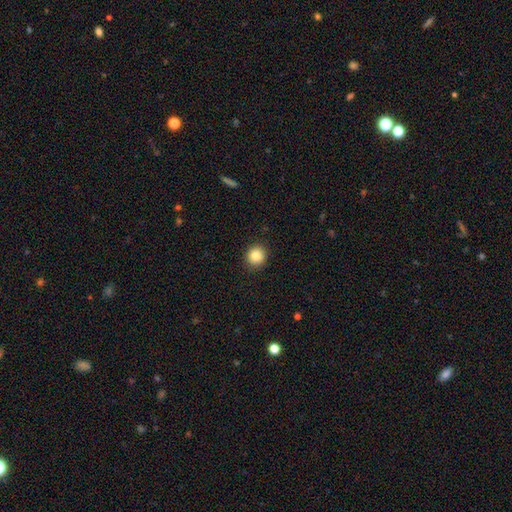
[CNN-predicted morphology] This appears to be a smooth galaxy with no disk features (85%) that is round (88%). Merging: none (91%).